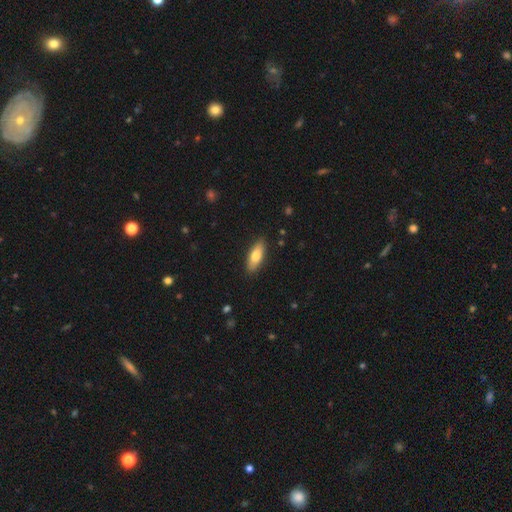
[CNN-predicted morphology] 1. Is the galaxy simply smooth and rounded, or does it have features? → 73% smooth, 21% featured or disk, 6% star or artifact.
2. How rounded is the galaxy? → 70% in between, 27% cigar-shaped, 2% round.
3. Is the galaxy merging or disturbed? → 88% none, 9% minor disturbance, 2% major disturbance, 1% merger.